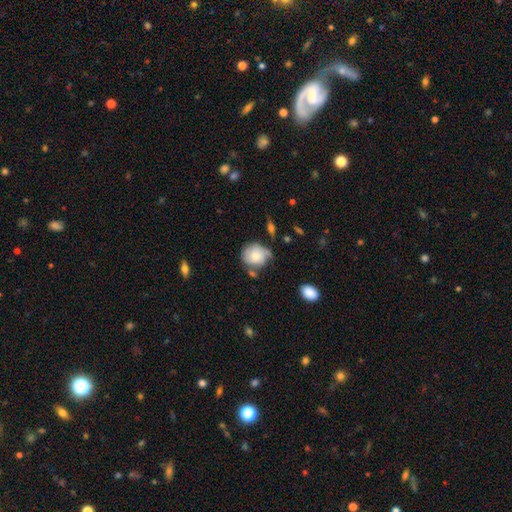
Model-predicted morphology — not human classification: smooth 65%, featured or disk 28%, star or artifact 8%. Down the decision tree: how rounded — round (74%); merging — none (48%).